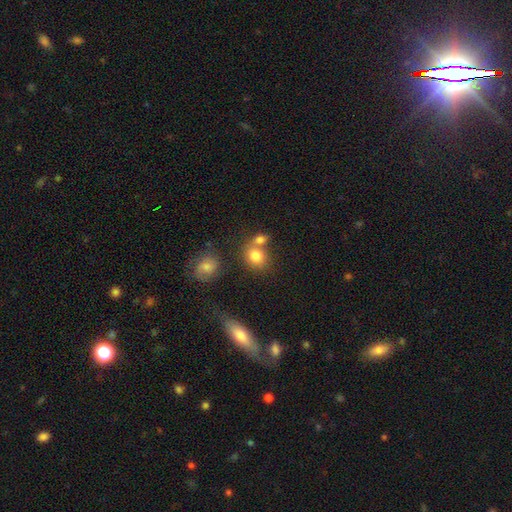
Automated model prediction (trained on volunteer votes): smooth_or_featured: smooth (p=0.80) [alt: star or artifact p=0.11]
how_rounded: round (p=0.64) [alt: in between p=0.34]
merging: none (p=0.46) [alt: merger p=0.39]